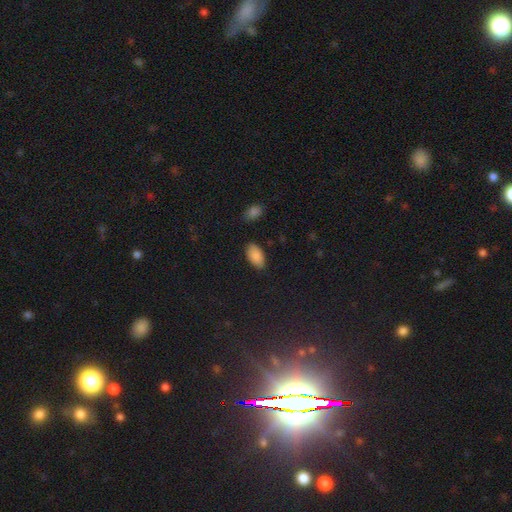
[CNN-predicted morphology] Smooth or featured?
  - smooth: 87% *
  - star or artifact: 8%
  - featured or disk: 5%
How rounded?
  - in between: 94% *
  - round: 3%
  - cigar-shaped: 3%
Merging?
  - none: 83% *
  - minor disturbance: 13%
  - major disturbance: 3%
  - merger: 2%